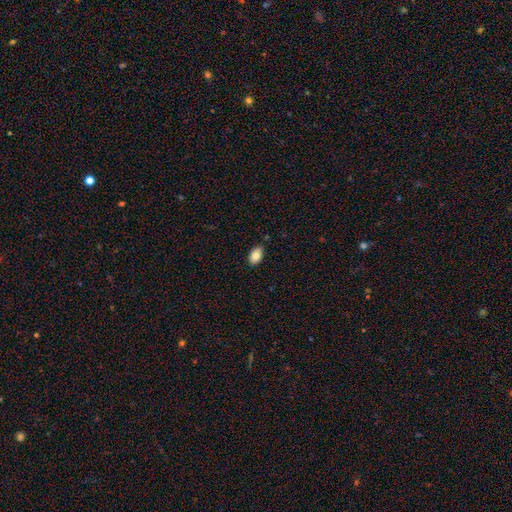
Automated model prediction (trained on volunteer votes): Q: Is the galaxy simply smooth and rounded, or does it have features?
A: smooth — 85%.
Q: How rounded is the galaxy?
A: in between — 91%.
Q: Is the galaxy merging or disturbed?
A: none — 85%.